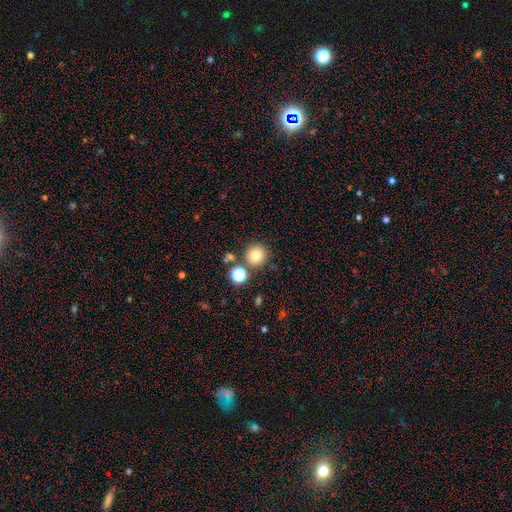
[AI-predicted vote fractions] smooth_or_featured: smooth (p=0.78) [alt: star or artifact p=0.14]
how_rounded: round (p=0.94) [alt: in between p=0.05]
merging: none (p=0.79) [alt: merger p=0.10]